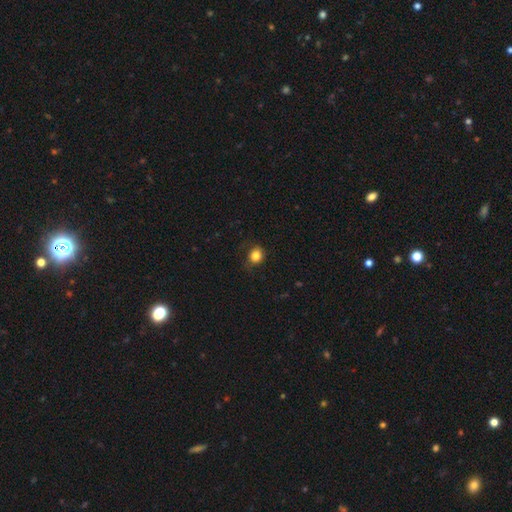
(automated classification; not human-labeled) Smooth or featured: smooth — 84% (star or artifact — 10%)
How rounded: round — 70% (in between — 29%)
Merging: none — 73% (minor disturbance — 20%)